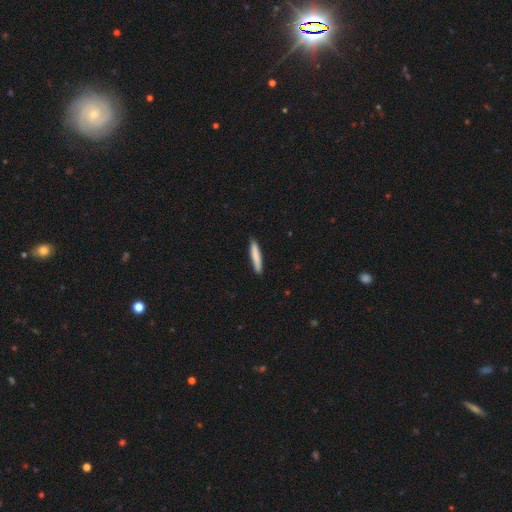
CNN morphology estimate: This appears to be a smooth galaxy with no disk features (82%) that is cigar-shaped (93%). Merging: none (90%).